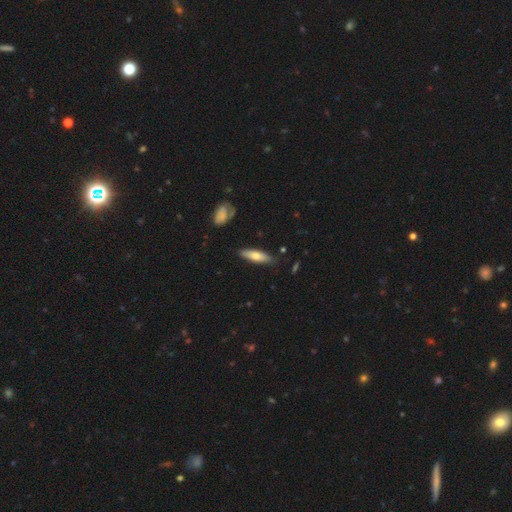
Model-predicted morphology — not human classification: This appears to be a smooth galaxy with no disk features (65%) that is cigar-shaped (59%). Merging: none (83%).